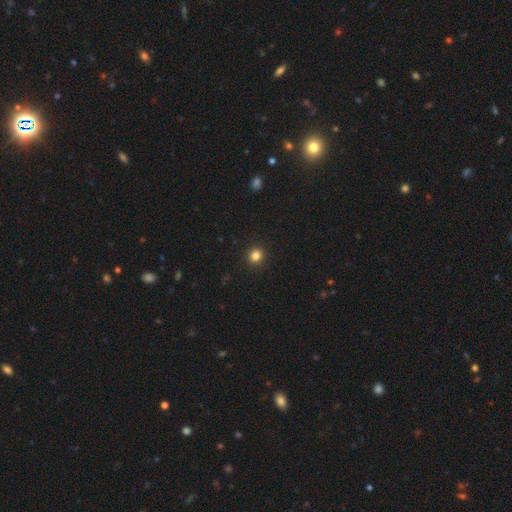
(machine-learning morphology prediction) Smooth or featured?
  - smooth: 84% *
  - star or artifact: 12%
  - featured or disk: 4%
How rounded?
  - round: 91% *
  - in between: 8%
  - cigar-shaped: 1%
Merging?
  - none: 93% *
  - minor disturbance: 5%
  - major disturbance: 2%
  - merger: 1%